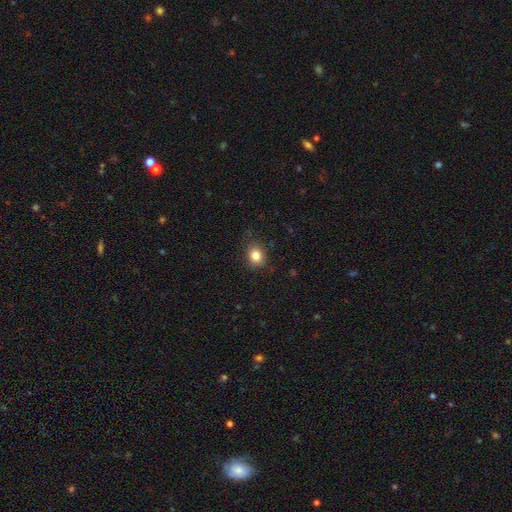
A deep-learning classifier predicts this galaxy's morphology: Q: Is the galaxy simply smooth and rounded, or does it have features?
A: smooth — 83%.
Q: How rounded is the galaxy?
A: round — 62%.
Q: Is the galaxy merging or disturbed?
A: none — 83%.